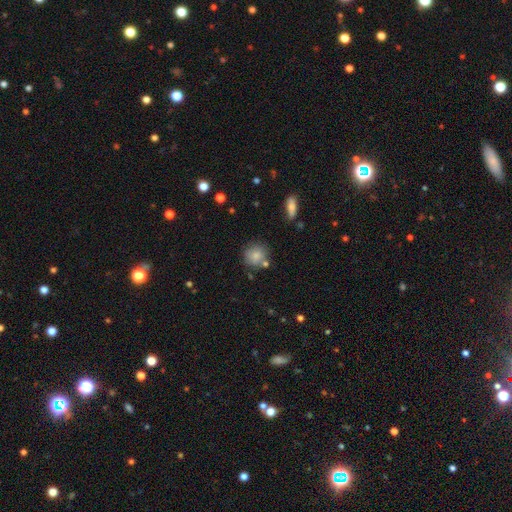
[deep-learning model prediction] This appears to be a smooth galaxy with no disk features (80%) that is round (85%). Merging: none (70%).